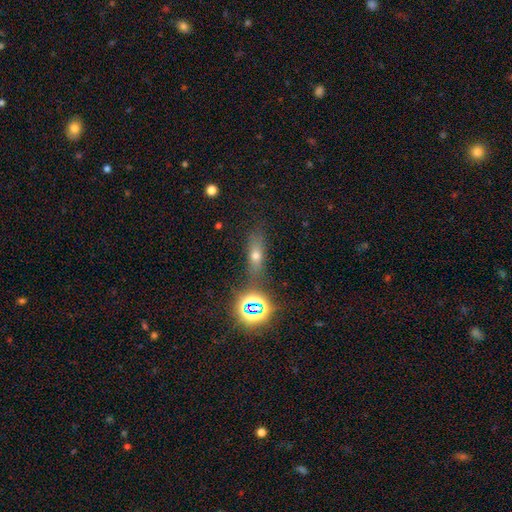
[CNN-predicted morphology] This appears to be a smooth galaxy with no disk features (50%) that is cigar-shaped (47%). Merging: none (75%).